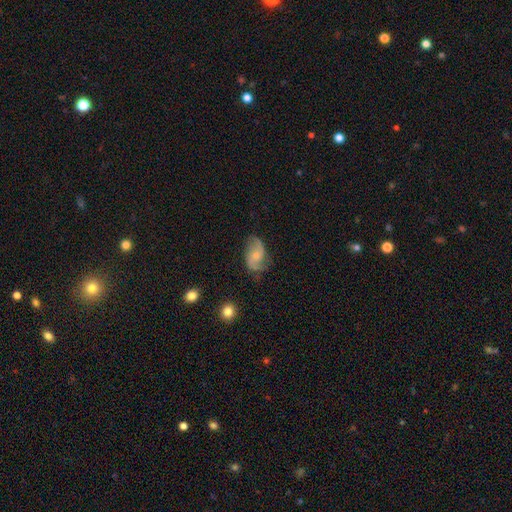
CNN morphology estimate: type=featured or disk (69%); edge-on=no (97%); bar=no (65%); spiral arms=yes (92%); winding=loose (53%); arm count=2 (88%); bulge=small (62%); merging=none (64%).